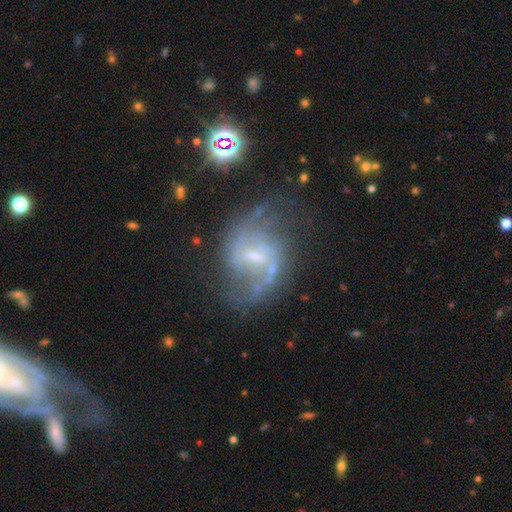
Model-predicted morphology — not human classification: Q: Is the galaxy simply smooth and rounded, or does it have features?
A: featured or disk — 83%.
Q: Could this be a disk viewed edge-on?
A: no — 97%.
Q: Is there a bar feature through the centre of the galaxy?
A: weak — 61%.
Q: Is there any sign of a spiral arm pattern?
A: yes — 92%.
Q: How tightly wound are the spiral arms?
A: medium — 46%.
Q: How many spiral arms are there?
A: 2 — 81%.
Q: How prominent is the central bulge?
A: small — 50%.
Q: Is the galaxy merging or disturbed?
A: none — 61%.